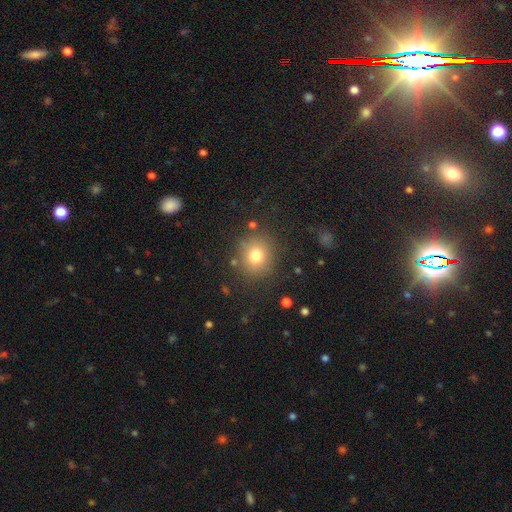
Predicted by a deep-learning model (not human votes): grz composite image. It shows a smooth galaxy with no disk features (76%) that is round (82%). Merging: none (82%).